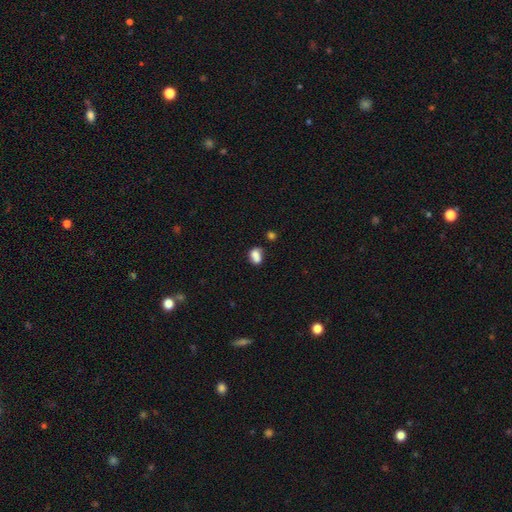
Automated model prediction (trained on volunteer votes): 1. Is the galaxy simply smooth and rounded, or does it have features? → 79% smooth, 11% featured or disk, 10% star or artifact.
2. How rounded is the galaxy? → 69% in between, 30% round, 2% cigar-shaped.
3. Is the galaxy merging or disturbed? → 40% none, 30% merger, 21% minor disturbance, 9% major disturbance.